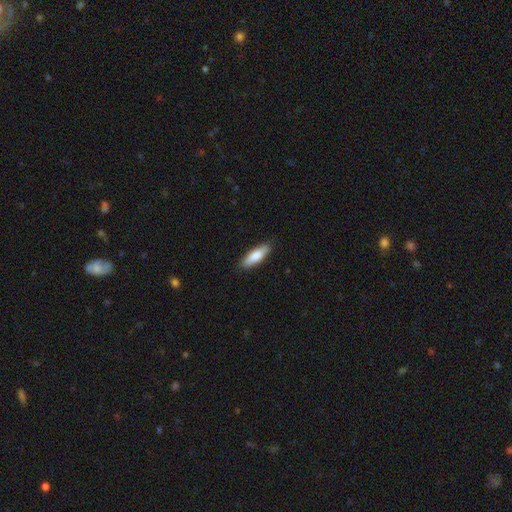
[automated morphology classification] This is likely a smooth galaxy (79%). How rounded: possibly in between (50%). Merging: clearly none (87%).